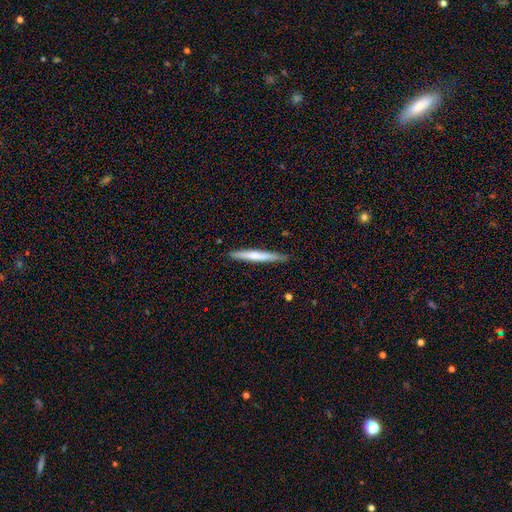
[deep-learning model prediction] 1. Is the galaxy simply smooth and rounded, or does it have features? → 57% smooth, 38% featured or disk, 5% star or artifact.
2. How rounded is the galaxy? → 96% cigar-shaped, 3% in between, 1% round.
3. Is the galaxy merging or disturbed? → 88% none, 10% minor disturbance, 1% major disturbance, 1% merger.